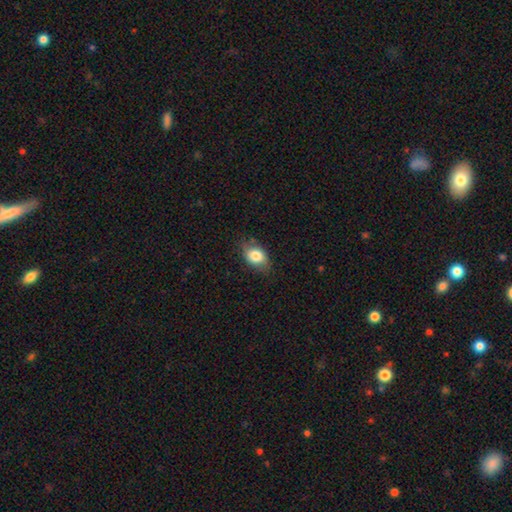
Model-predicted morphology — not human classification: A smooth galaxy with no disk features (80%) that is in between round and cigar-shaped (78%).

Vote fractions:
- Smooth or featured? smooth: 80% / featured or disk: 12% / star or artifact: 8%
- How rounded? in between: 78% / round: 21% / cigar-shaped: 2%
- Merging? none: 74% / minor disturbance: 20% / major disturbance: 4% / merger: 1%